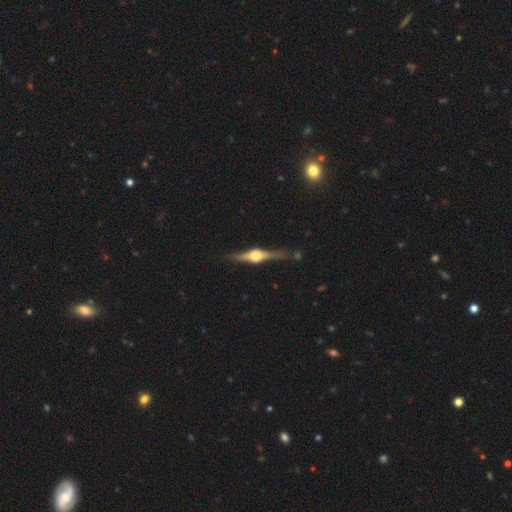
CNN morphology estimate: Q: Smooth or featured?
A: featured or disk (84%); runner-up: smooth (10%)
Q: Edge-on disk?
A: yes (98%); runner-up: no (2%)
Q: Edge-on bulge?
A: rounded (93%); runner-up: boxy (6%)
Q: Merging?
A: none (84%); runner-up: minor disturbance (11%)